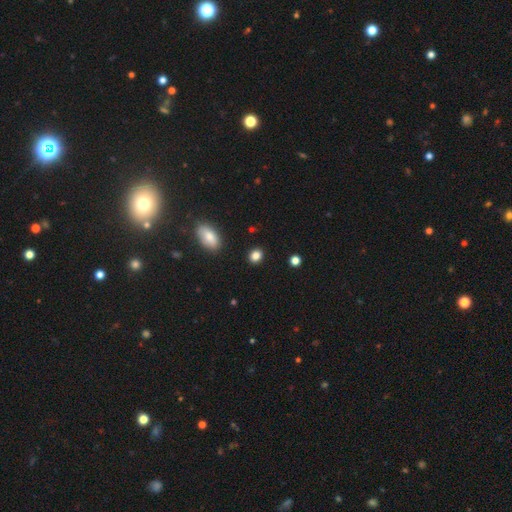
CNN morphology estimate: A smooth galaxy with no disk features (85%) that is round (60%). Merging: none (88%).